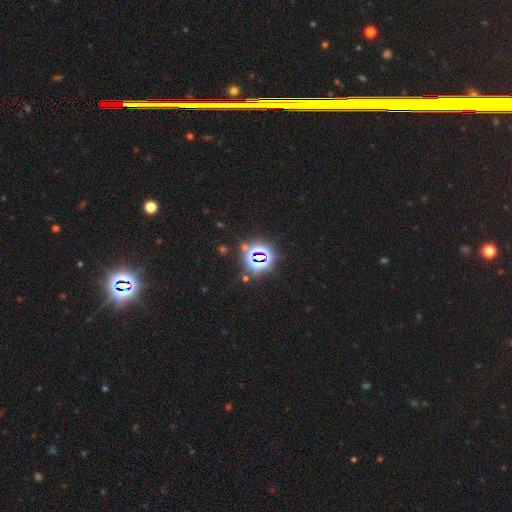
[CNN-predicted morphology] This is likely a star or artifact rather than a galaxy (75%).